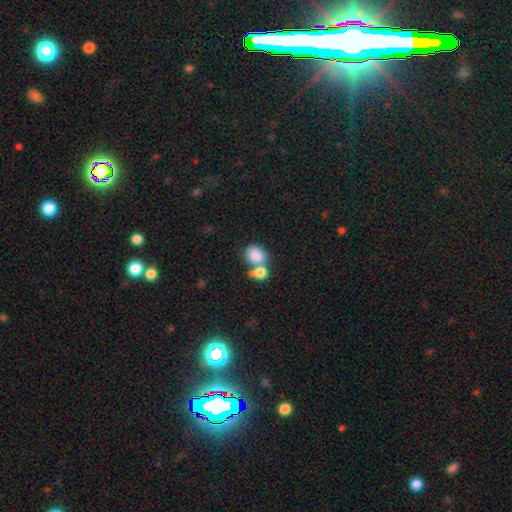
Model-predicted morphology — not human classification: Smooth or featured? smooth (83%)
How rounded? in between (51%)
Merging? merger (51%)